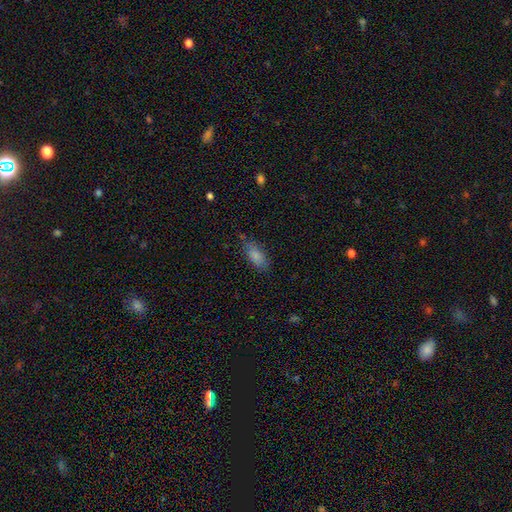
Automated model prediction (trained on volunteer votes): A smooth galaxy with no disk features (84%) that is in between round and cigar-shaped (85%). Merging: none (75%).